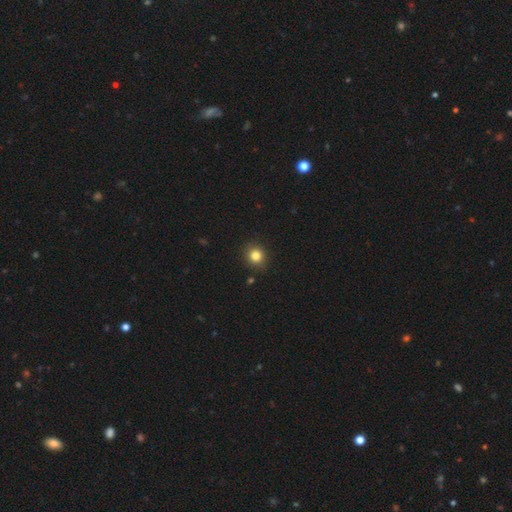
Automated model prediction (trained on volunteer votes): A smooth galaxy with no disk features (83%) that is round (87%).

Vote fractions:
- Smooth or featured? smooth: 83% / star or artifact: 12% / featured or disk: 5%
- How rounded? round: 87% / in between: 12% / cigar-shaped: 1%
- Merging? none: 89% / minor disturbance: 7% / major disturbance: 2% / merger: 1%